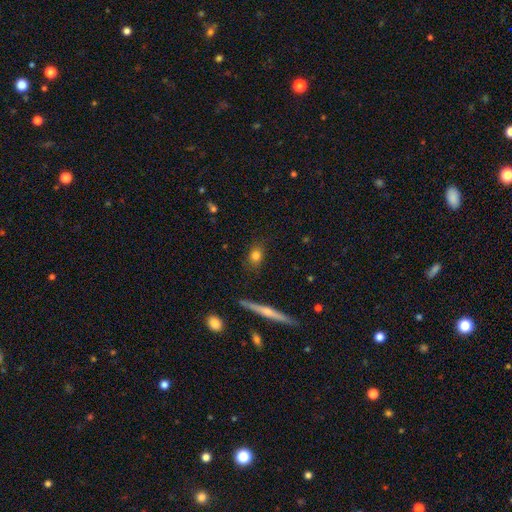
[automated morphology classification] smooth_or_featured: smooth (p=0.78) [alt: featured or disk p=0.13]
how_rounded: in between (p=0.51) [alt: round p=0.41]
merging: none (p=0.82) [alt: minor disturbance p=0.13]